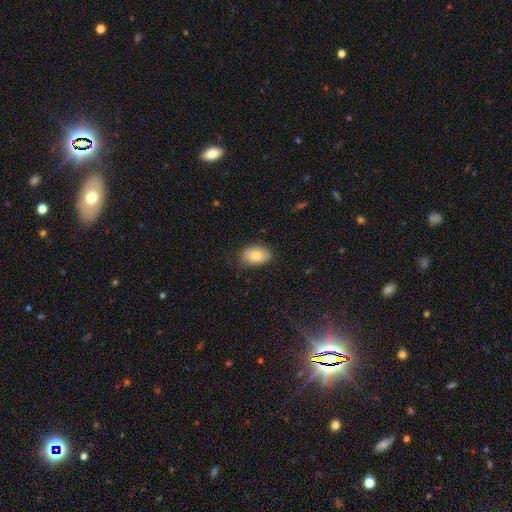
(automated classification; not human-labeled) Smooth or featured? smooth (81%)
How rounded? in between (86%)
Merging? none (82%)